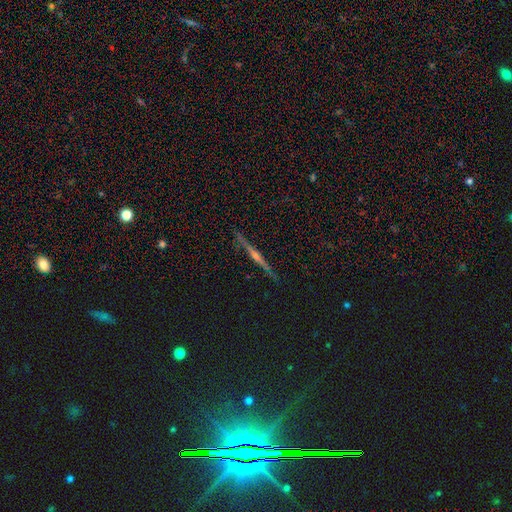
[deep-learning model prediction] This appears to be a featured or disk galaxy (74%) viewed edge-on (97%) with a rounded central bulge (73%). Merging: none (91%).